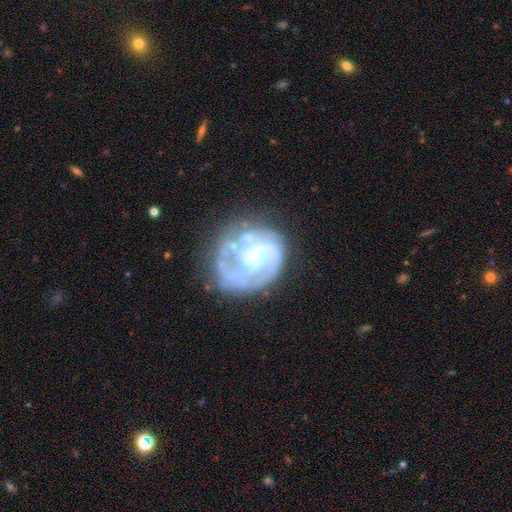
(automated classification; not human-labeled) Overall: featured or disk (82%). Edge-on disk: no (98%). Bar: weak (46%; no 37%). Spiral arms: yes (88%). Spiral arm count: 2 (43%; 1 25%). Spiral winding: medium (41%; tight 37%). Bulge size: moderate (51%; small 24%). Merging: none (56%; major disturbance 19%).